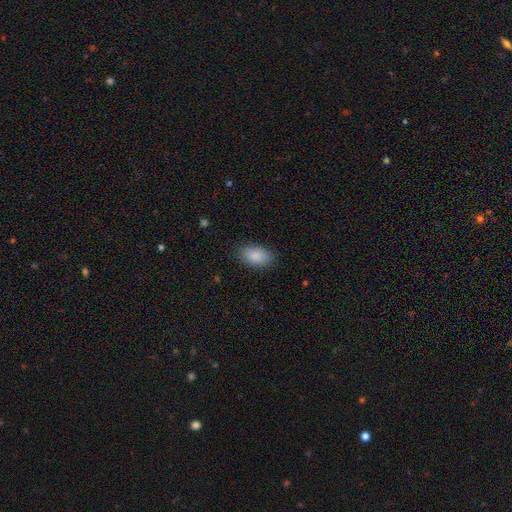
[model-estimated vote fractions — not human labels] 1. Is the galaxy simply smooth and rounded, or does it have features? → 89% smooth, 7% star or artifact, 4% featured or disk.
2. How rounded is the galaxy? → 93% in between, 5% round, 2% cigar-shaped.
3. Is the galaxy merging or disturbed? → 85% none, 11% minor disturbance, 3% major disturbance, 1% merger.